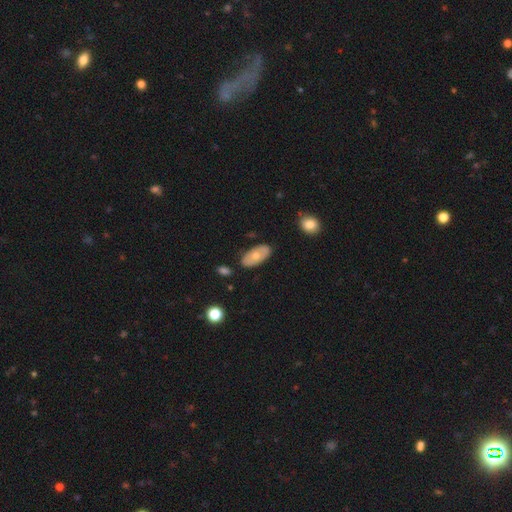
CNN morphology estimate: smooth-or-featured: smooth: 59% | featured or disk: 35% | star or artifact: 6%
  how-rounded: in between: 92% | cigar-shaped: 4% | round: 4%
  merging: none: 80% | minor disturbance: 15% | major disturbance: 3% | merger: 2%